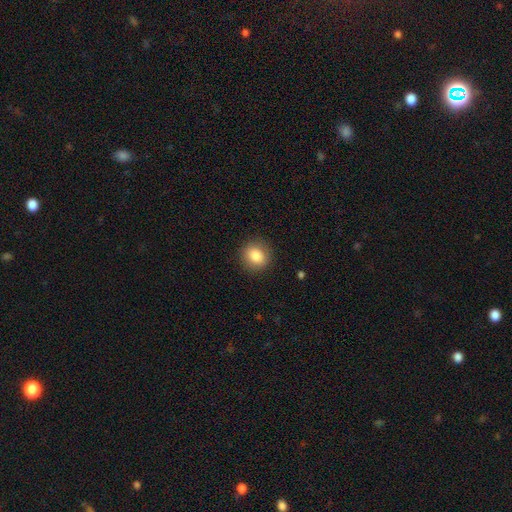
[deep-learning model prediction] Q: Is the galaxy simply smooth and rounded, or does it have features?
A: smooth — 85%.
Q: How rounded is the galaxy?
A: round — 80%.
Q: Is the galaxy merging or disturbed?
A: none — 88%.